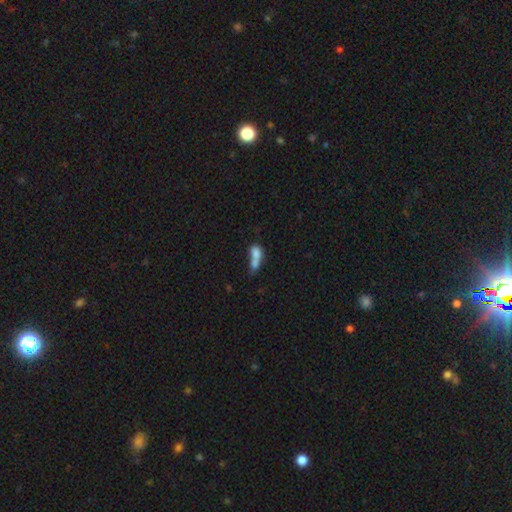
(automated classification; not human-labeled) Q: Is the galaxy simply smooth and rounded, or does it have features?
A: smooth — 69%.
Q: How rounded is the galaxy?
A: in between — 63%.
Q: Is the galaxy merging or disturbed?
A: merger — 59%.